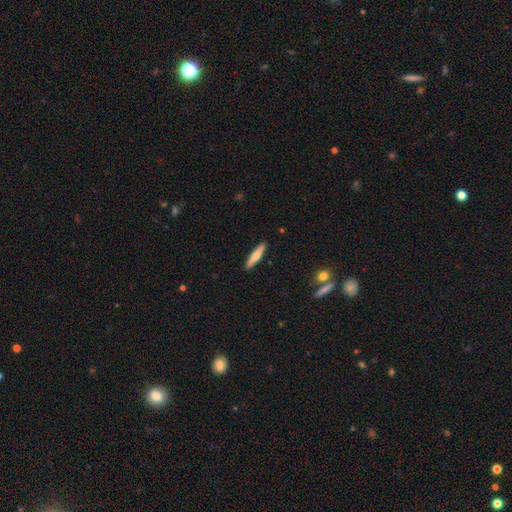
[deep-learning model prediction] Smooth or featured: smooth — 57% (featured or disk — 37%)
How rounded: cigar-shaped — 85% (in between — 13%)
Merging: none — 91% (minor disturbance — 6%)